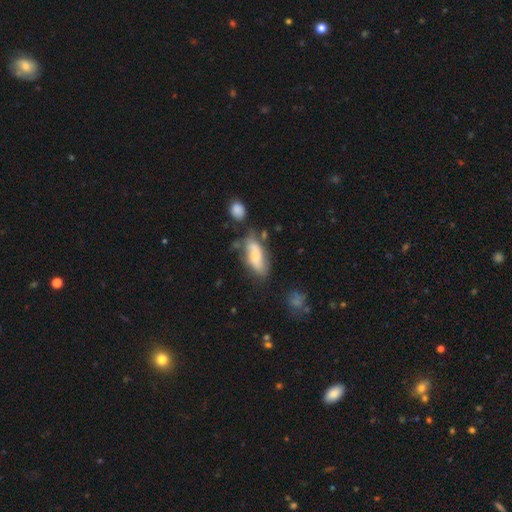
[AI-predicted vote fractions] The model was most divided on "smooth or featured": smooth: 55%, featured or disk: 39%, star or artifact: 7%. More confident: how rounded — in between (78%); merging — none (57%).